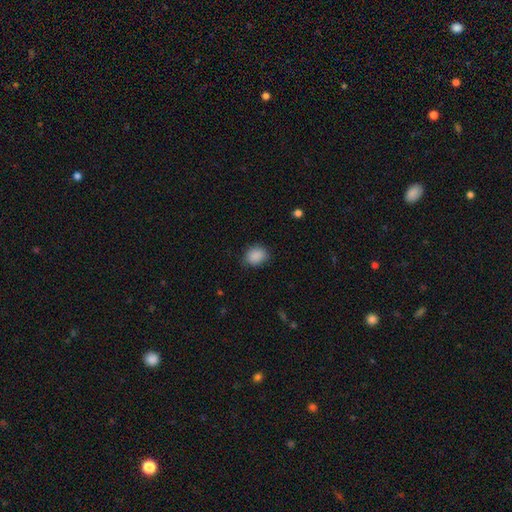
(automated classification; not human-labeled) The model was most divided on "how rounded": in between: 51%, round: 48%, cigar-shaped: 1%. More confident: smooth or featured — smooth (88%); merging — none (78%).